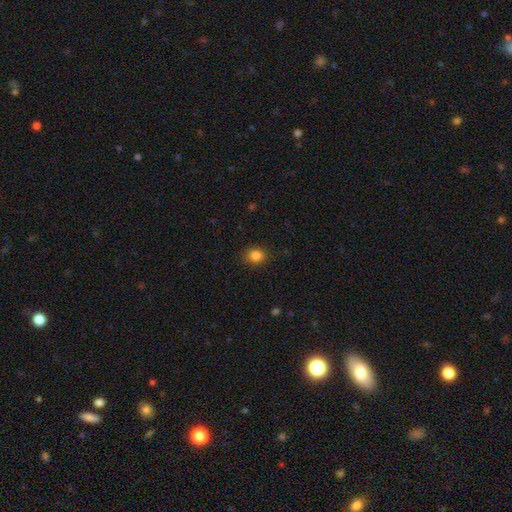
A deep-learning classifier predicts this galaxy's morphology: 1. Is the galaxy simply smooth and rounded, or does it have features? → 84% smooth, 12% star or artifact, 4% featured or disk.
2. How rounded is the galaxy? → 64% round, 35% in between, 1% cigar-shaped.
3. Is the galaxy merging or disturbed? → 88% none, 8% minor disturbance, 2% major disturbance, 1% merger.